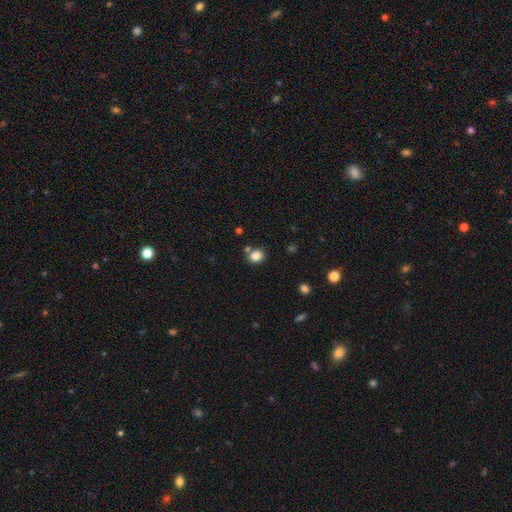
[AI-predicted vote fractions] smooth_or_featured: smooth (p=0.83) [alt: star or artifact p=0.11]
how_rounded: round (p=0.74) [alt: in between p=0.25]
merging: none (p=0.75) [alt: merger p=0.13]